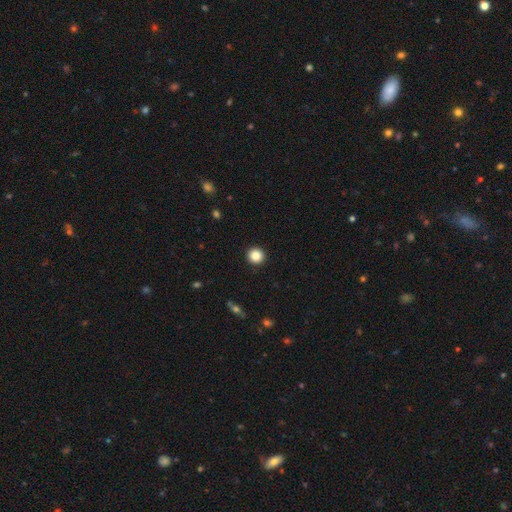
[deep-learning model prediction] Overall: smooth (86%). How rounded: round (95%). Merging: none (93%).